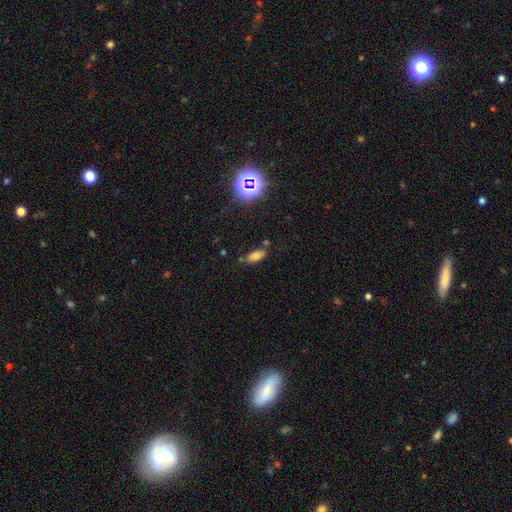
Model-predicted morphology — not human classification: Smooth or featured? Predicted: smooth (p=0.71). How rounded? Predicted: in between (p=0.86). Merging? Predicted: none (p=0.73).